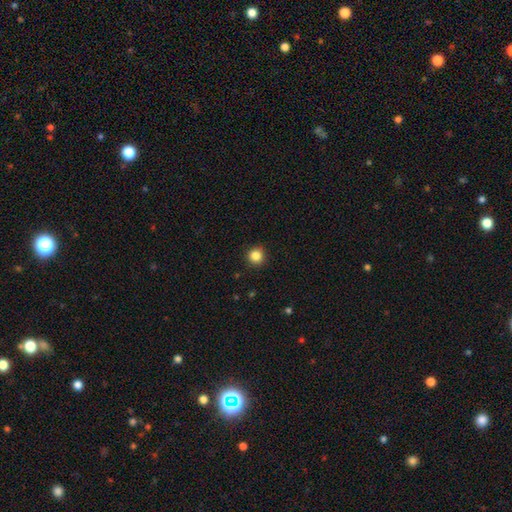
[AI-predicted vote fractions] A smooth galaxy with no disk features (85%) that is round (95%). Merging: none (92%).